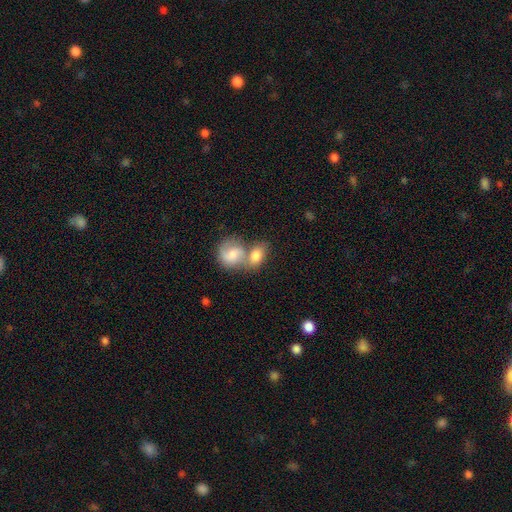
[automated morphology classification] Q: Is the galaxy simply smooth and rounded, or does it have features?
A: smooth — 70%.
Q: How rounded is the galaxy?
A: in between — 65%.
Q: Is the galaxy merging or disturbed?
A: merger — 62%.